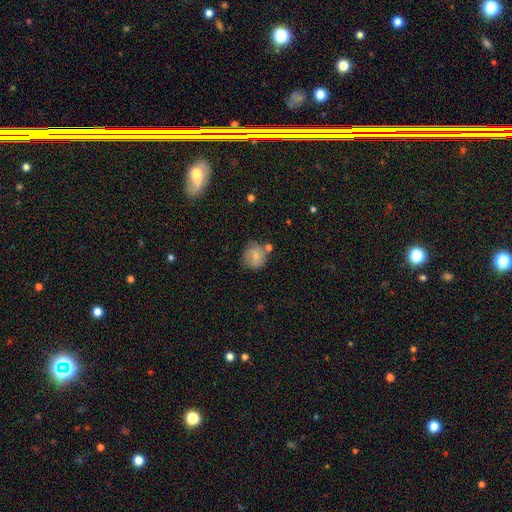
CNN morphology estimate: smooth-or-featured: smooth: 71% | featured or disk: 20% | star or artifact: 8%
  how-rounded: round: 85% | in between: 14% | cigar-shaped: 1%
  merging: none: 65% | minor disturbance: 20% | merger: 10% | major disturbance: 6%